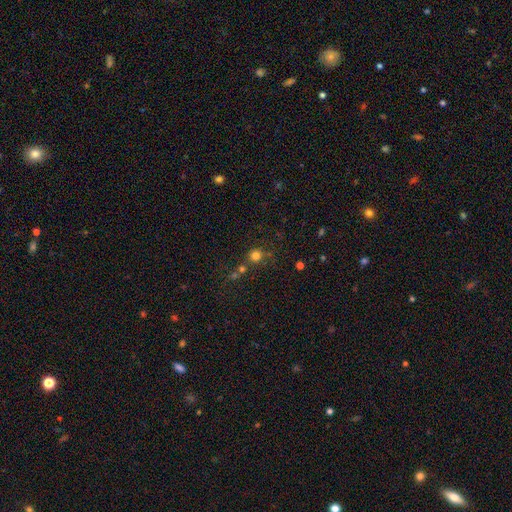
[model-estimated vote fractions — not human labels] This appears to be a smooth galaxy with no disk features (75%) that is round (91%). Merging: none (69%).